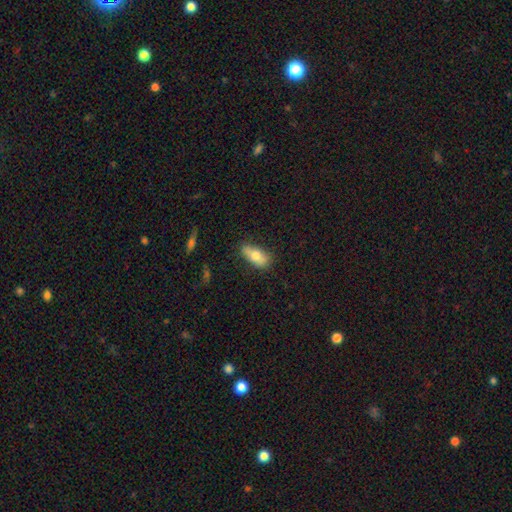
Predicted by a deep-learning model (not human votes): Smooth or featured? smooth (73%)
How rounded? in between (83%)
Merging? none (73%)